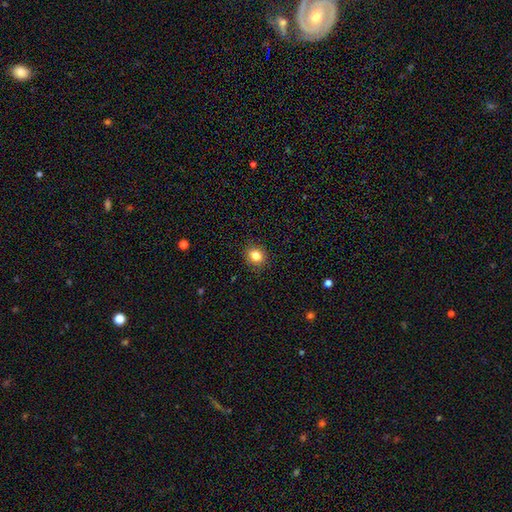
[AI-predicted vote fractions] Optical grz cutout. It shows a smooth galaxy with no disk features (83%) that is round (72%). Merging: none (90%).